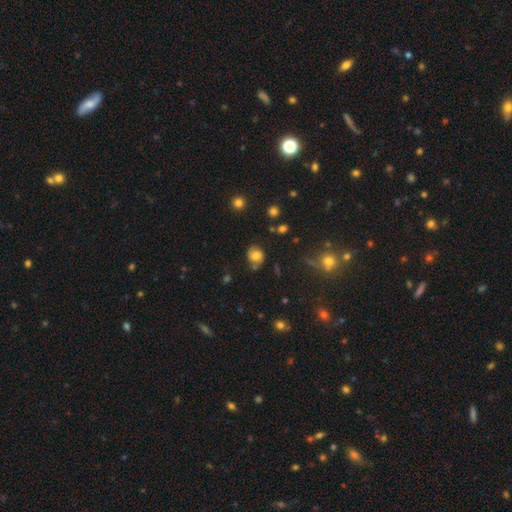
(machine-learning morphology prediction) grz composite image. It shows a smooth galaxy with no disk features (74%) that is round (75%). Merging: none (71%).